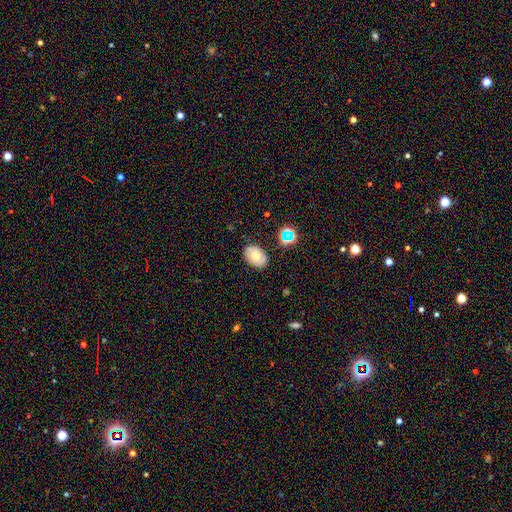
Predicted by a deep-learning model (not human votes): Smooth or featured? smooth (55%)
How rounded? in between (77%)
Merging? none (78%)